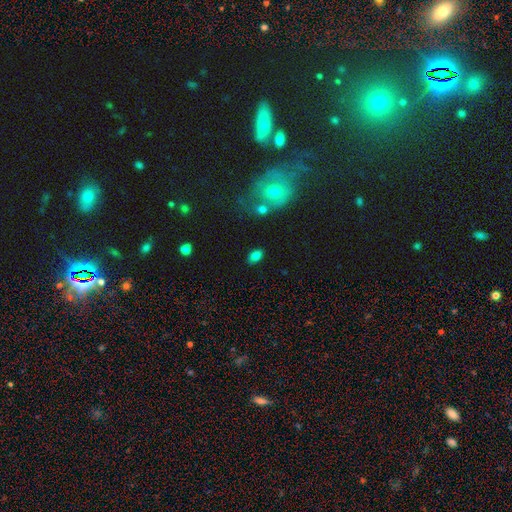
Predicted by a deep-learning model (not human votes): Smooth or featured?
  - smooth: 82% *
  - star or artifact: 10%
  - featured or disk: 9%
How rounded?
  - in between: 89% *
  - round: 9%
  - cigar-shaped: 2%
Merging?
  - none: 81% *
  - minor disturbance: 11%
  - merger: 5%
  - major disturbance: 3%